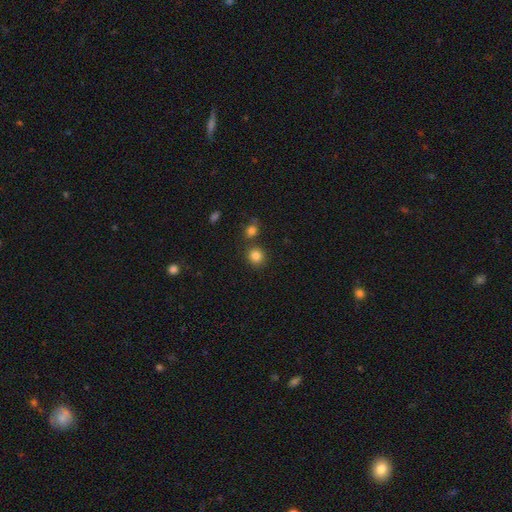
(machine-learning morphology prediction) A smooth galaxy with no disk features (84%) that is round (87%). Merging: none (78%).